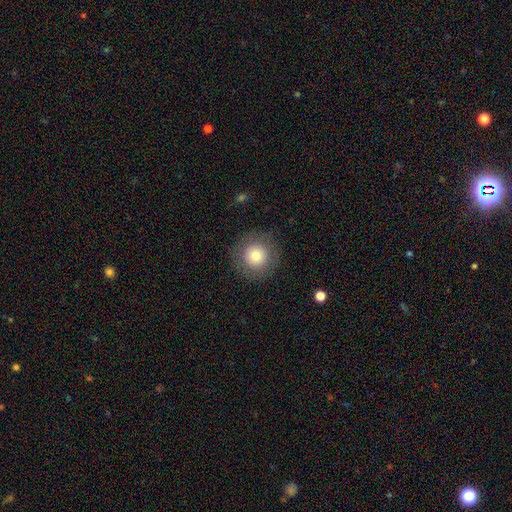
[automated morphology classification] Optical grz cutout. It shows a smooth galaxy with no disk features (78%) that is round (95%). Merging: none (88%).